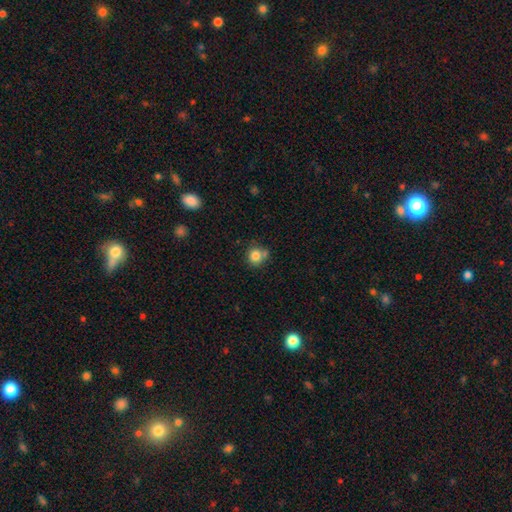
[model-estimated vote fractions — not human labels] Smooth or featured: smooth — 82% (star or artifact — 11%)
How rounded: round — 87% (in between — 12%)
Merging: none — 63% (merger — 17%)